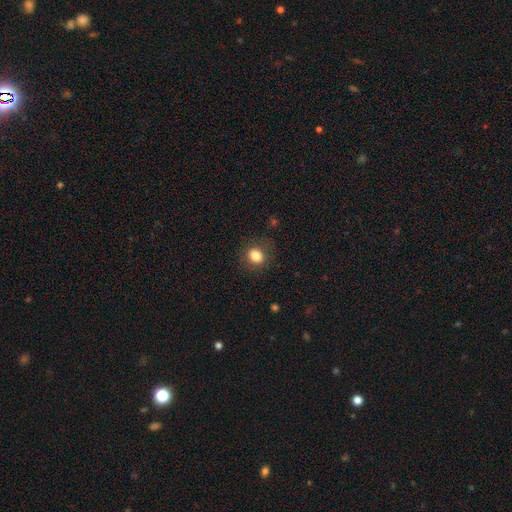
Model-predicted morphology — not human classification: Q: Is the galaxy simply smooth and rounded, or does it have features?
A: smooth — 83%.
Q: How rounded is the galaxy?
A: round — 68%.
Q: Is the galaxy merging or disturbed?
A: none — 84%.